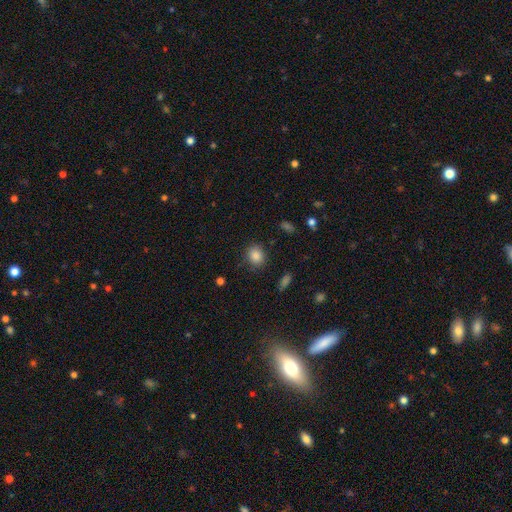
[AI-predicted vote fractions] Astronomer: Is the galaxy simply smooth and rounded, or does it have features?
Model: smooth — 86%.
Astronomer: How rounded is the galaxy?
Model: round — 69%.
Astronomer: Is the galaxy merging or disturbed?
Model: none — 83%.